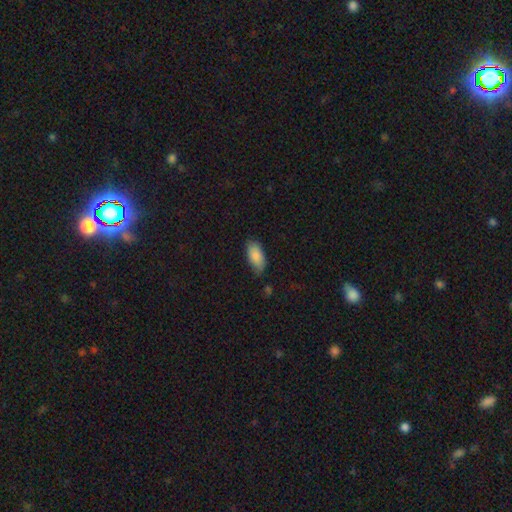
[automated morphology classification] Overall: smooth (88%). How rounded: in between (91%). Merging: none (75%).